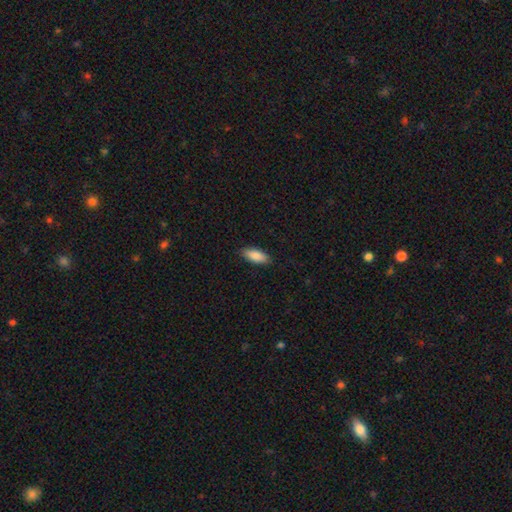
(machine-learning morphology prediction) smooth 87%, featured or disk 7%, star or artifact 6%. Down the decision tree: how rounded — in between (80%); merging — none (88%).